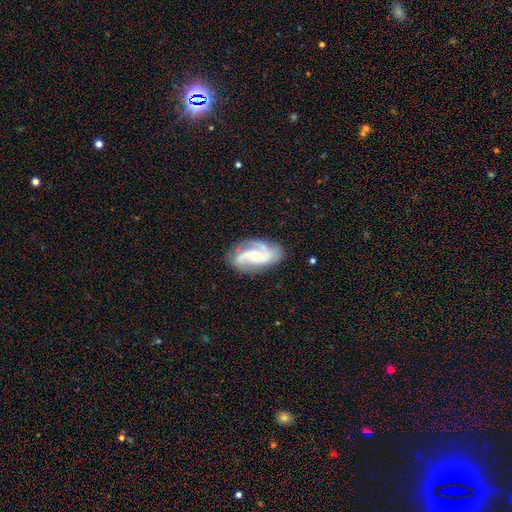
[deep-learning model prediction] This is clearly a featured or disk galaxy (85%). It is clearly not viewed edge-on (97%). Bar: marginally no (45%). Spiral arm pattern: clearly yes (96%). Spiral arm count: likely 2 (74%). Spiral winding: possibly medium (49%). Central bulge: likely small (62%). Merging: likely none (73%).